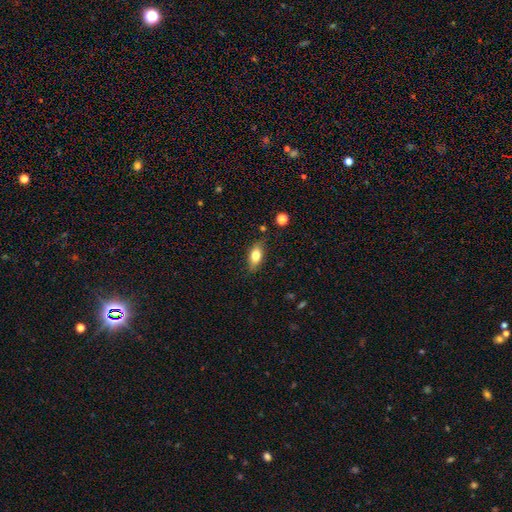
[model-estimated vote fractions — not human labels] Smooth or featured? smooth (77%)
How rounded? in between (85%)
Merging? none (82%)